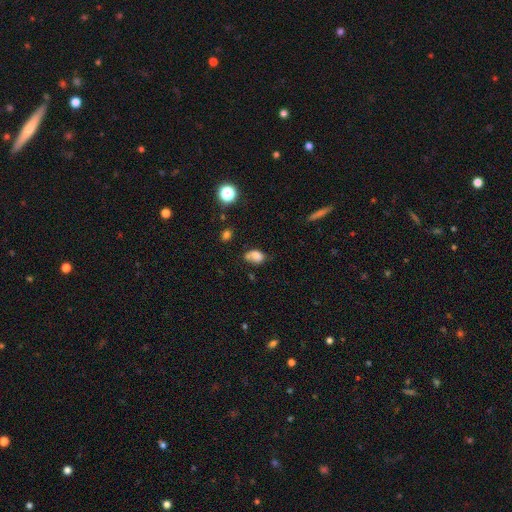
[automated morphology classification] smooth 75%, star or artifact 13%, featured or disk 12%. Down the decision tree: how rounded — in between (75%); merging — none (42%).